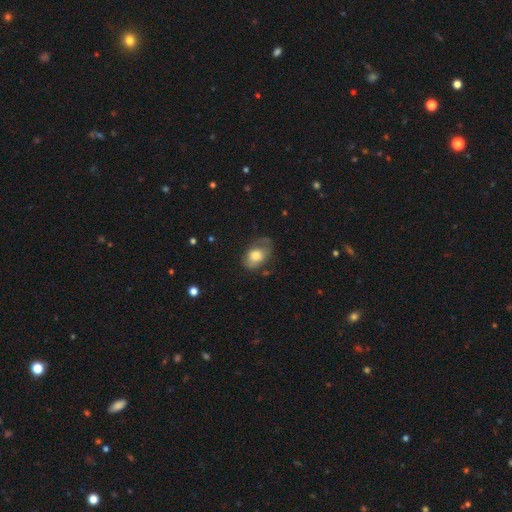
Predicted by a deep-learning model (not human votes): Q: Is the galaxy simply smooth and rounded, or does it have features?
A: smooth — 69%.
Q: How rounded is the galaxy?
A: in between — 80%.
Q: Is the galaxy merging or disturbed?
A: none — 54%.